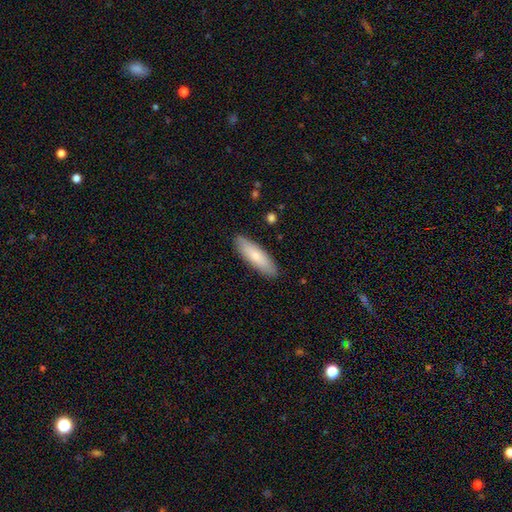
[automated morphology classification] Overall: smooth (75%). How rounded: cigar-shaped (56%; in between 42%). Merging: none (88%).